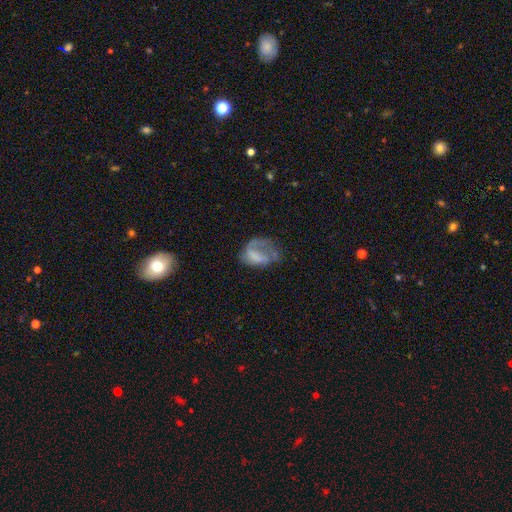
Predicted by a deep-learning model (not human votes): Morphology: type=featured or disk (48%); merging=major disturbance (50%).